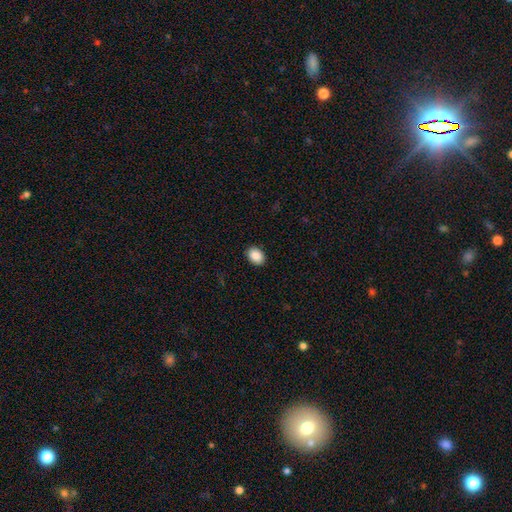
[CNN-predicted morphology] This appears to be a smooth galaxy with no disk features (89%) that is in between round and cigar-shaped (73%). Merging: none (90%).